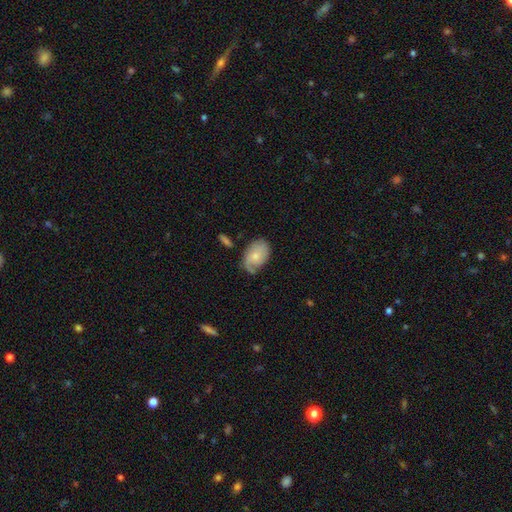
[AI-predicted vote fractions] smooth_or_featured: smooth (p=0.47) [tied with: featured or disk p=0.47]
merging: none (p=0.55) [alt: minor disturbance p=0.29]